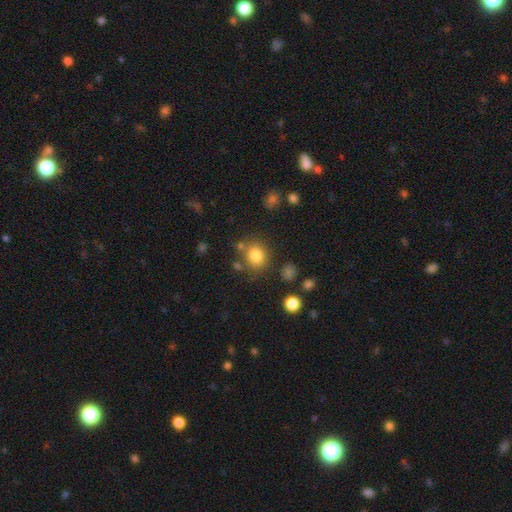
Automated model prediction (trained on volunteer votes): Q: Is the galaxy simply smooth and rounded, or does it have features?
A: smooth — 82%.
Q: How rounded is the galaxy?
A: round — 67%.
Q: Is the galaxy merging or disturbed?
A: none — 74%.